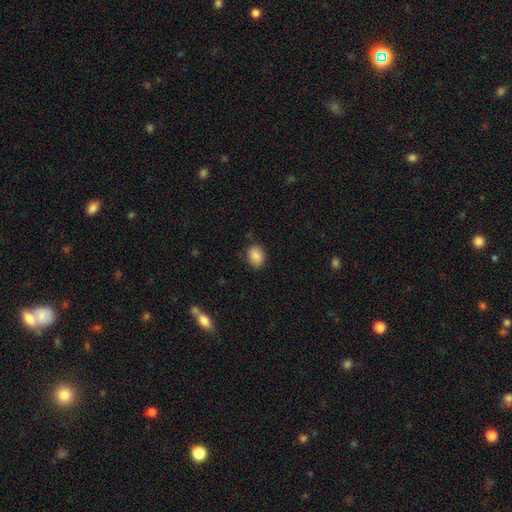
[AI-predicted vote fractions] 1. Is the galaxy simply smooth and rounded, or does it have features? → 87% smooth, 8% star or artifact, 5% featured or disk.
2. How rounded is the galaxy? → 62% in between, 37% round, 1% cigar-shaped.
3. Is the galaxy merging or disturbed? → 85% none, 11% minor disturbance, 3% major disturbance, 1% merger.